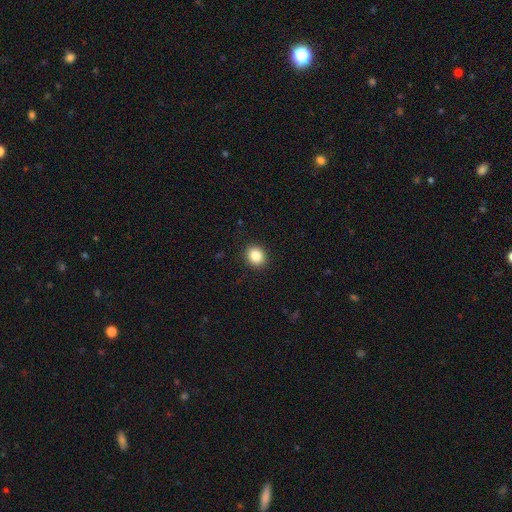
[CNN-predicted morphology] Smooth or featured: smooth — 85% (star or artifact — 10%)
How rounded: round — 74% (in between — 26%)
Merging: none — 91% (minor disturbance — 6%)